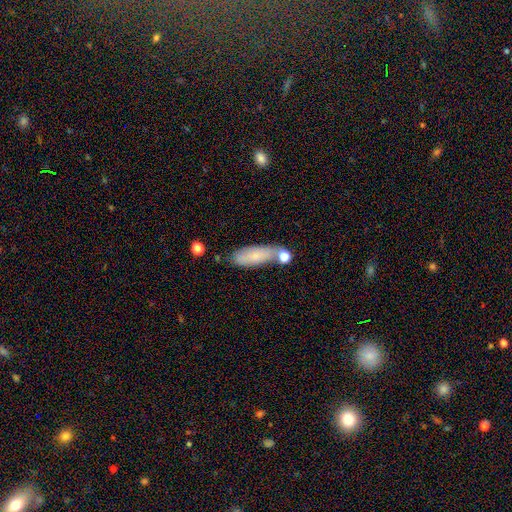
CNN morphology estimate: This is likely a smooth galaxy (71%). How rounded: likely in between (61%). Merging: likely none (61%).